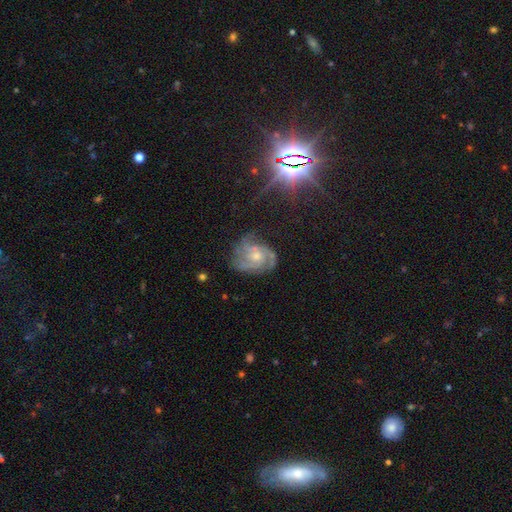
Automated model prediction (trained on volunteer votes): smooth-or-featured: featured or disk: 79% | smooth: 13% | star or artifact: 8%
  disk-edge-on: no: 97% | yes: 3%
    bar: no: 73% | weak: 24% | strong: 4%
    has-spiral-arms: yes: 93% | no: 7%
      spiral-winding: tight: 50% | medium: 40% | loose: 10%
      spiral-arm-count: 3: 38% | can't tell: 22% | 2: 20% | 4: 11% | 1: 5% | more than 4: 5%
    bulge-size: moderate: 51% | small: 39% | none: 5% | large: 4% | dominant: 1%
  merging: none: 65% | minor disturbance: 21% | major disturbance: 11% | merger: 2%